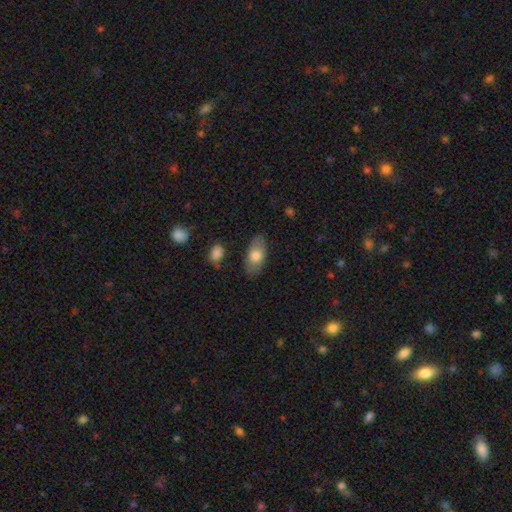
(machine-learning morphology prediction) Smooth or featured?
  - smooth: 72% *
  - featured or disk: 22%
  - star or artifact: 6%
How rounded?
  - in between: 90% *
  - cigar-shaped: 5%
  - round: 5%
Merging?
  - none: 80% *
  - minor disturbance: 14%
  - major disturbance: 4%
  - merger: 2%